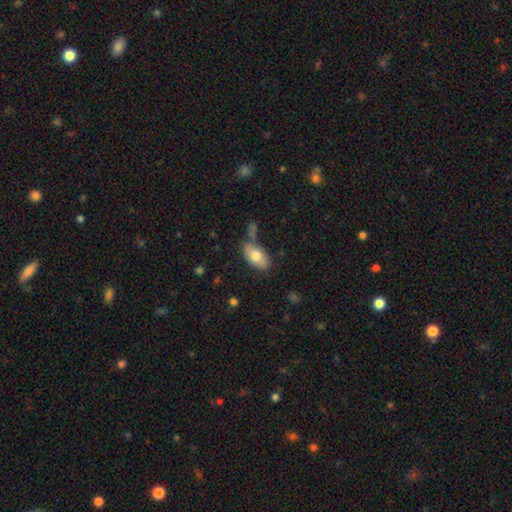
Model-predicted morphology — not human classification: A smooth galaxy with no disk features (74%) that is in between round and cigar-shaped (92%). Merging: none (61%).